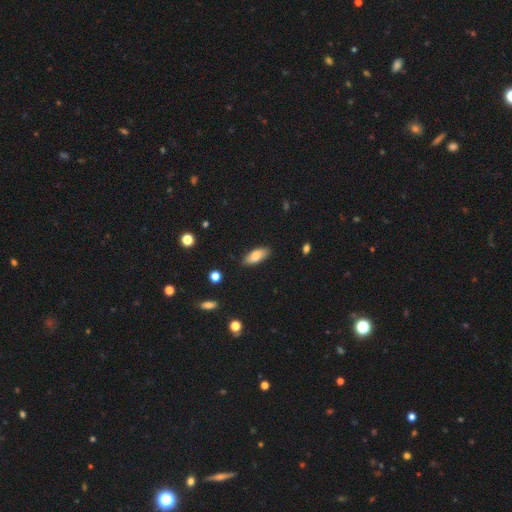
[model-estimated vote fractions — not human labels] A smooth galaxy with no disk features (77%) that is in between round and cigar-shaped (80%). Merging: none (84%).